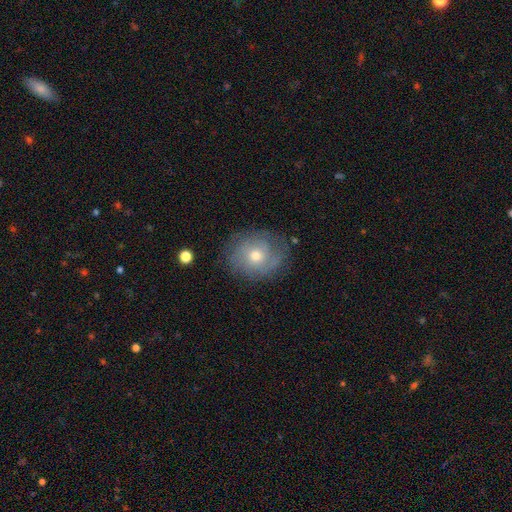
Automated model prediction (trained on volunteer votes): Overall: smooth (46%; featured or disk 44%). Merging: none (72%).